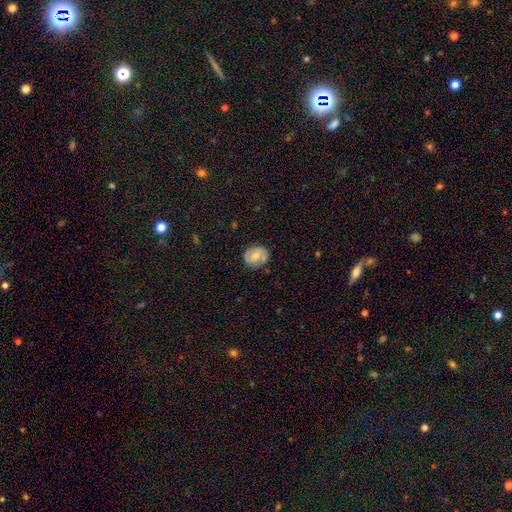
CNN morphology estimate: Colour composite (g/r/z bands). It shows a smooth galaxy with no disk features (51%) that is round (67%). Merging: none (78%).